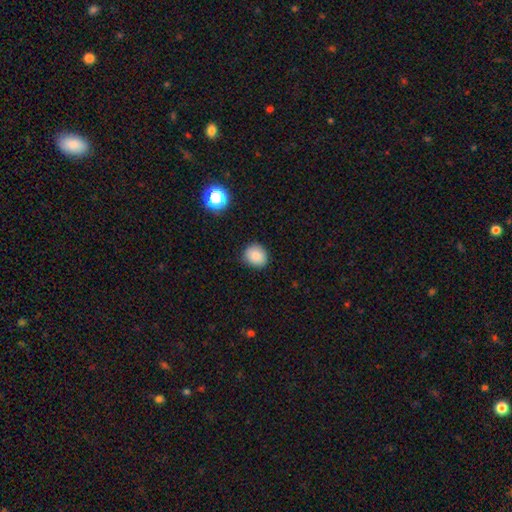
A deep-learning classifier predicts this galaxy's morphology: smooth_or_featured: smooth (p=0.84) [alt: star or artifact p=0.10]
how_rounded: round (p=0.71) [alt: in between p=0.28]
merging: none (p=0.86) [alt: minor disturbance p=0.10]